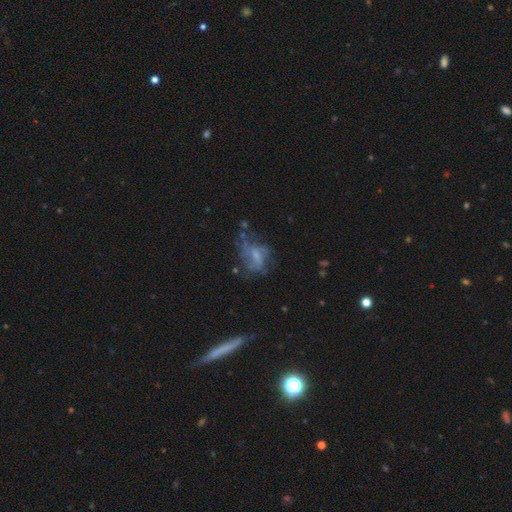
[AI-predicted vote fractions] Smooth or featured?
  - featured or disk: 57% *
  - smooth: 29%
  - star or artifact: 14%
Edge-on disk?
  - no: 96% *
  - yes: 4%
Bar?
  - no: 51% *
  - weak: 38%
  - strong: 10%
Spiral arms?
  - no: 54% *
  - yes: 46%
Bulge size?
  - small: 41% *
  - none: 31%
  - moderate: 24%
  - large: 3%
  - dominant: 1%
Merging?
  - none: 40% *
  - major disturbance: 31%
  - minor disturbance: 22%
  - merger: 7%